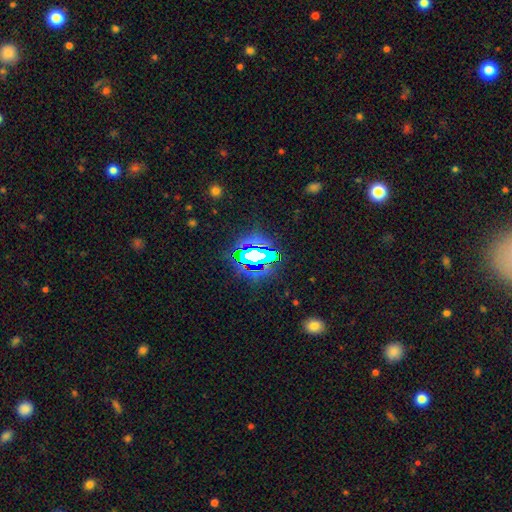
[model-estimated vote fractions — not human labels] Smooth or featured?
  - star or artifact: 63% *
  - smooth: 21%
  - featured or disk: 17%